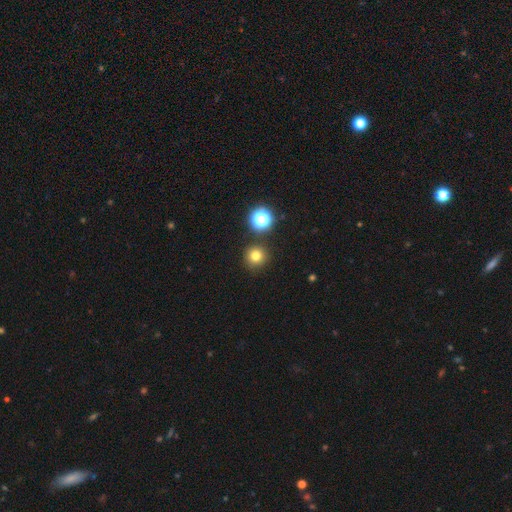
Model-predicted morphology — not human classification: type=smooth (74%); roundness=round (95%); merging=none (87%).